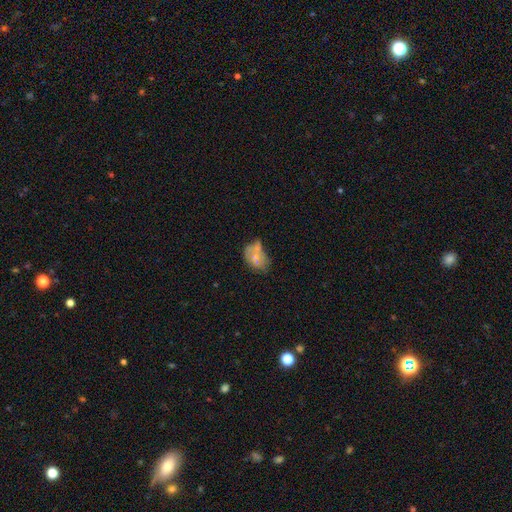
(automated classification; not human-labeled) smooth 56%, featured or disk 34%, star or artifact 10%. Down the decision tree: how rounded — in between (77%); merging — merger (31%).